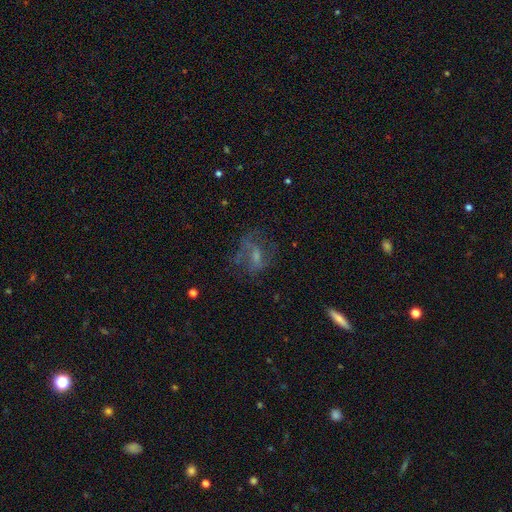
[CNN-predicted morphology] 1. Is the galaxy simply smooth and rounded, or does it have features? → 56% featured or disk, 28% smooth, 15% star or artifact.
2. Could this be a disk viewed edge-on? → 95% no, 5% yes.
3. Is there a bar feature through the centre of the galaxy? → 47% no, 41% weak, 12% strong.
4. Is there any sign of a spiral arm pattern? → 55% yes, 45% no.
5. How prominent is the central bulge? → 38% small, 32% moderate, 25% none, 4% large, 1% dominant.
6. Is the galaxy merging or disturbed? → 50% none, 28% major disturbance, 20% minor disturbance, 3% merger.